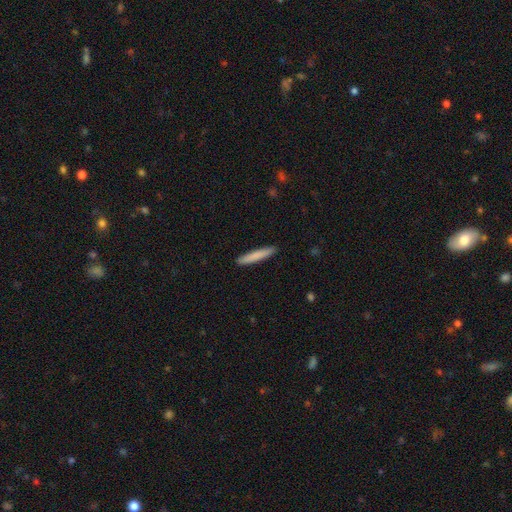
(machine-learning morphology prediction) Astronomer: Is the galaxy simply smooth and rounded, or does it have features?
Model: smooth — 81%.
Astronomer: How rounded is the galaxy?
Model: cigar-shaped — 95%.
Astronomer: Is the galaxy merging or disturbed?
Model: none — 92%.